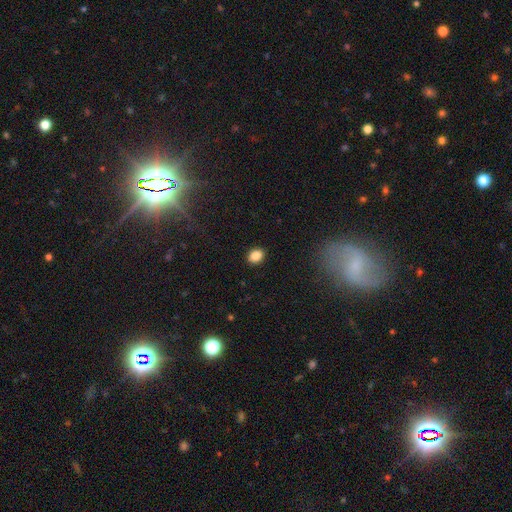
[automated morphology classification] The model was most divided on "how rounded": in between: 52%, round: 47%, cigar-shaped: 1%. More confident: merging — none (89%); smooth or featured — smooth (87%).